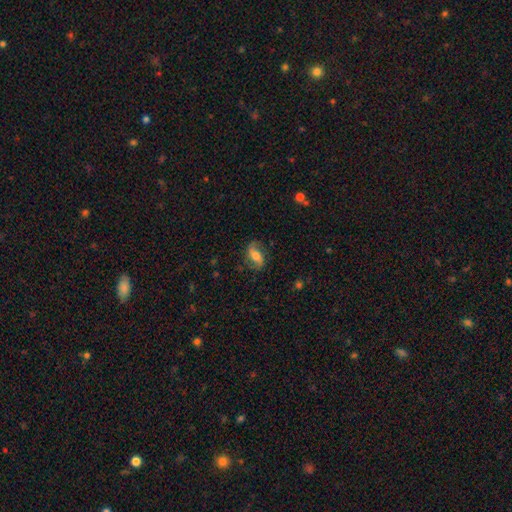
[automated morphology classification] smooth-or-featured: featured or disk: 58% | smooth: 34% | star or artifact: 8%
  disk-edge-on: no: 92% | yes: 8%
    bar: no: 41% | weak: 36% | strong: 23%
    has-spiral-arms: yes: 88% | no: 12%
    bulge-size: moderate: 56% | small: 22% | large: 16% | none: 4% | dominant: 2%
  merging: none: 74% | minor disturbance: 17% | major disturbance: 7% | merger: 1%